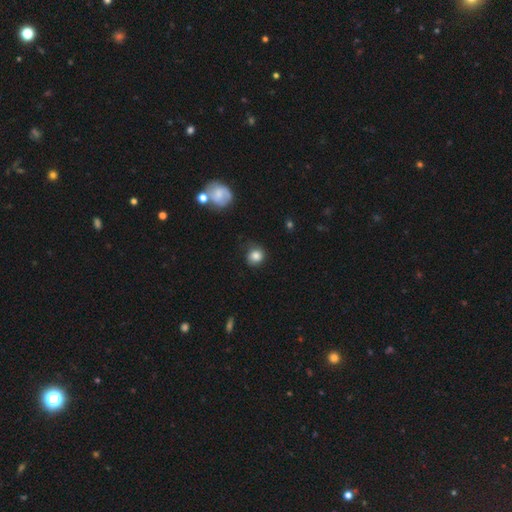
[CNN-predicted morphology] smooth_or_featured: smooth (p=0.83) [alt: star or artifact p=0.09]
how_rounded: round (p=0.81) [alt: in between p=0.18]
merging: none (p=0.68) [alt: minor disturbance p=0.23]